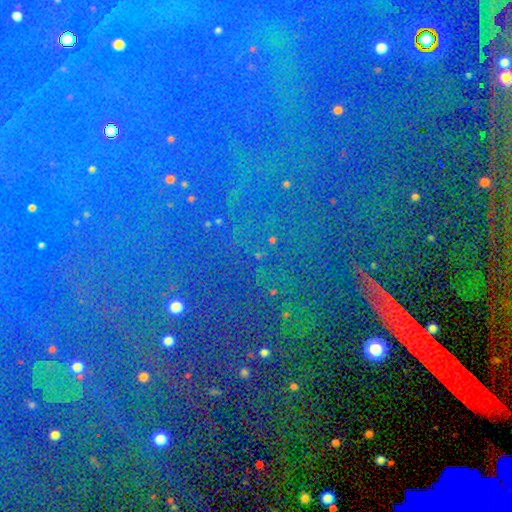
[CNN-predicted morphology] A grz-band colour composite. It shows a star or artifact, not a galaxy (82%).